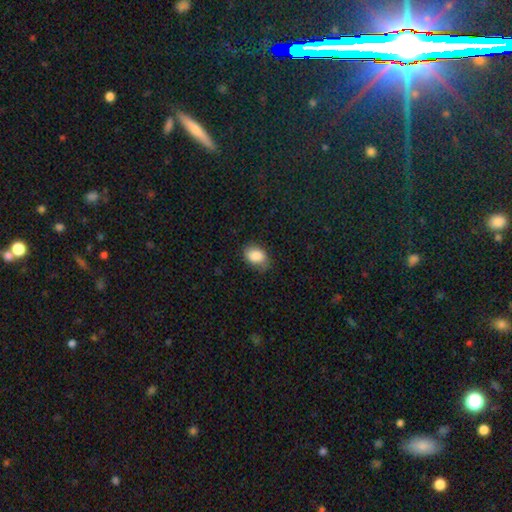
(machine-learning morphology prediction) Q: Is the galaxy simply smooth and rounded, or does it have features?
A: smooth — 85%.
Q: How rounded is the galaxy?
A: in between — 77%.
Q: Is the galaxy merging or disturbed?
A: none — 68%.